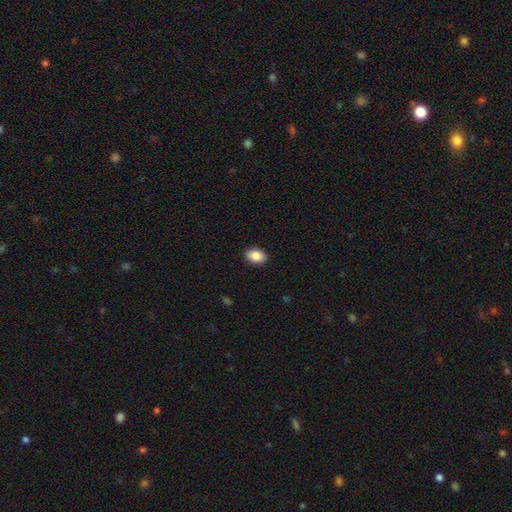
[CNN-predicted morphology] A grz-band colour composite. It shows a smooth galaxy with no disk features (88%) that is in between round and cigar-shaped (84%). Merging: none (90%).